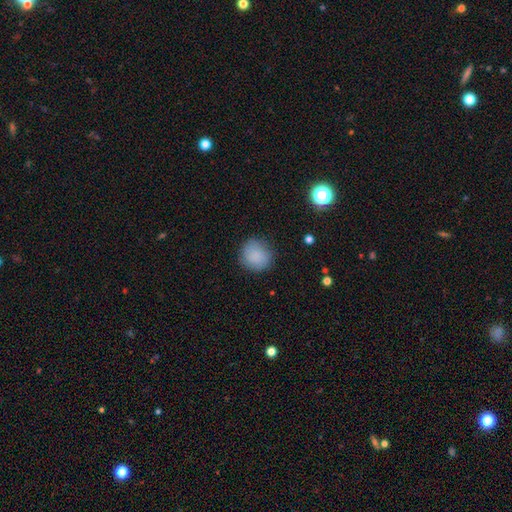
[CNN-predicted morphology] smooth_or_featured: smooth (p=0.87) [alt: star or artifact p=0.07]
how_rounded: round (p=0.89) [alt: in between p=0.10]
merging: none (p=0.84) [alt: minor disturbance p=0.12]